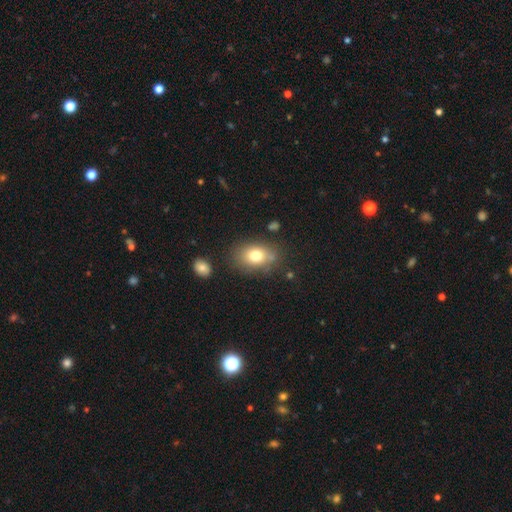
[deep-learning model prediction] This is likely a smooth galaxy (77%). How rounded: likely in between (71%). Merging: likely none (73%).